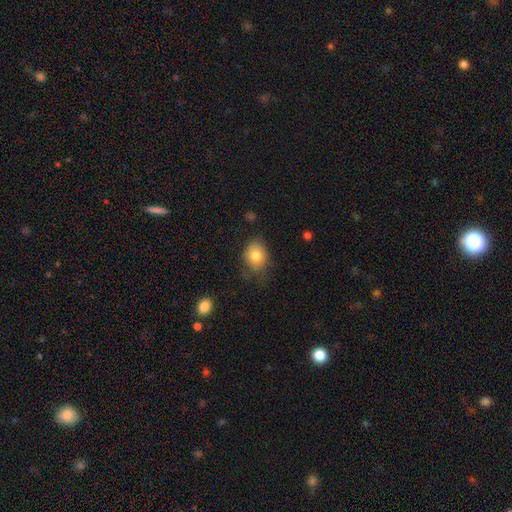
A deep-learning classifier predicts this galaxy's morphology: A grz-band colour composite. It shows a smooth galaxy with no disk features (81%) that is round (50%). Merging: none (68%).